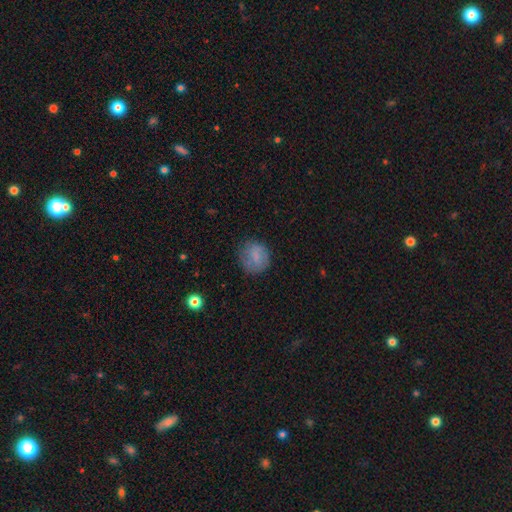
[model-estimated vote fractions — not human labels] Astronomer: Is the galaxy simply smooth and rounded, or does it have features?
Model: smooth — 78%.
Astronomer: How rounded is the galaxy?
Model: round — 78%.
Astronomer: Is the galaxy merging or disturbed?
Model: none — 73%.